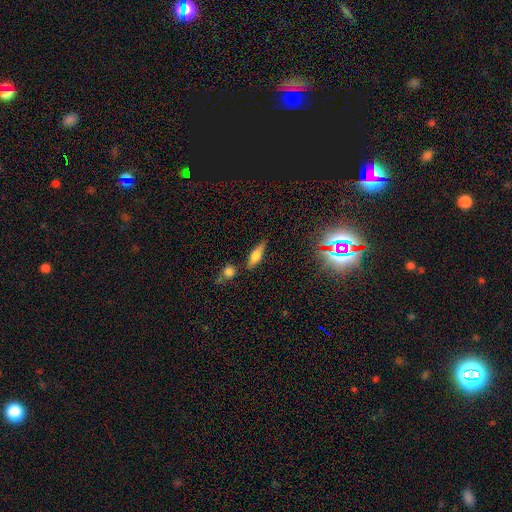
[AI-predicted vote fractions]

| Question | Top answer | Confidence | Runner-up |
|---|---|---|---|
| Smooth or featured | smooth | 54% | featured or disk (34%) |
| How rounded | in between | 49% | cigar-shaped (47%) |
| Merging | none | 75% | minor disturbance (14%) |